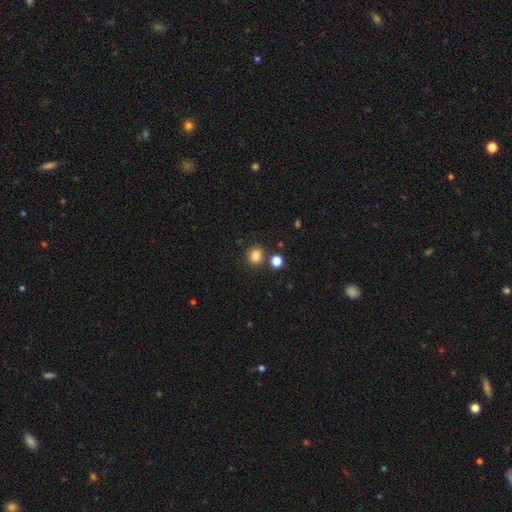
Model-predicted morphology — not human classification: smooth_or_featured: smooth (p=0.83) [alt: star or artifact p=0.13]
how_rounded: round (p=0.84) [alt: in between p=0.16]
merging: none (p=0.83) [alt: merger p=0.07]